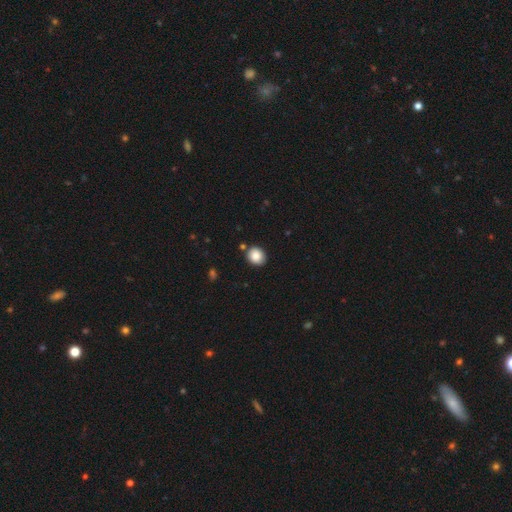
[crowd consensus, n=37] Morphology: type=smooth (95%); roundness=round (63%); merging=none (89%).